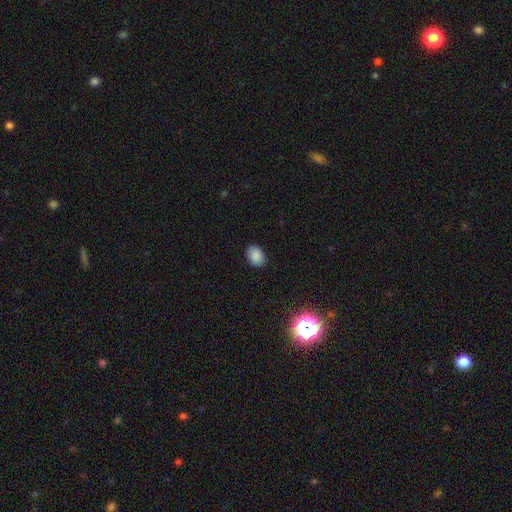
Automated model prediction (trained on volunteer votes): Smooth or featured? Predicted: smooth (p=0.88). How rounded? Predicted: in between (p=0.76). Merging? Predicted: none (p=0.87).